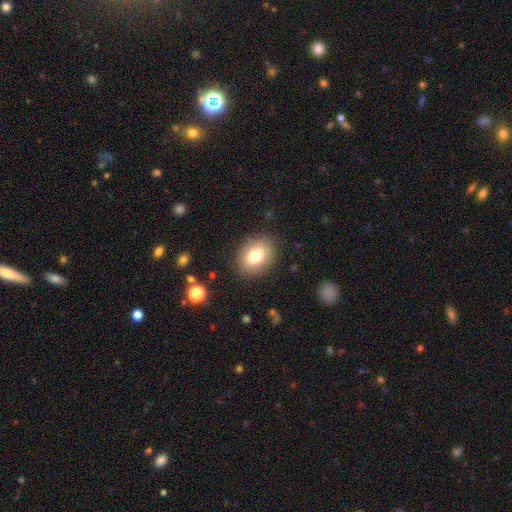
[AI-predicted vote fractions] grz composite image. It shows a smooth galaxy with no disk features (78%) that is in between round and cigar-shaped (59%). Merging: none (87%).